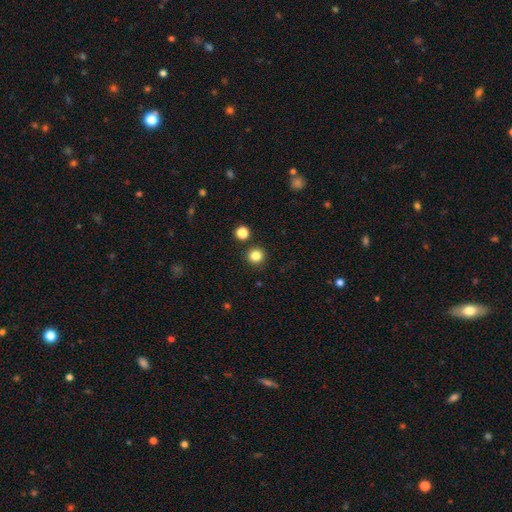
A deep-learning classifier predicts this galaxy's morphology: This is clearly a smooth galaxy (83%). How rounded: clearly round (94%). Merging: clearly none (90%).